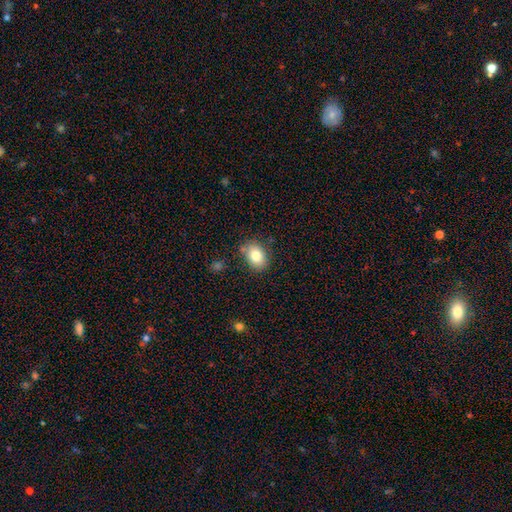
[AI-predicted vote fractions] Q: Smooth or featured?
A: smooth (80%); runner-up: featured or disk (11%)
Q: How rounded?
A: in between (72%); runner-up: round (27%)
Q: Merging?
A: none (79%); runner-up: minor disturbance (14%)